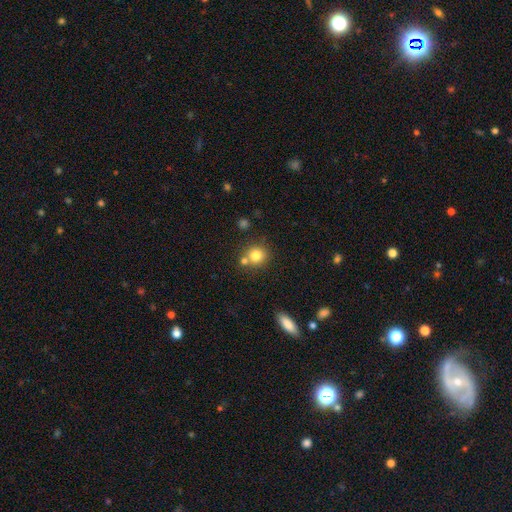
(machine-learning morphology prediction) Smooth or featured? Predicted: smooth (p=0.80). How rounded? Predicted: round (p=0.86). Merging? Predicted: none (p=0.62).